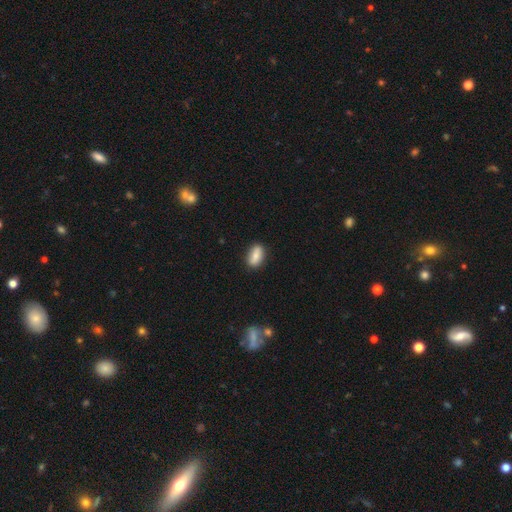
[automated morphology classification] smooth 80%, featured or disk 13%, star or artifact 7%. Down the decision tree: how rounded — in between (86%); merging — none (84%).